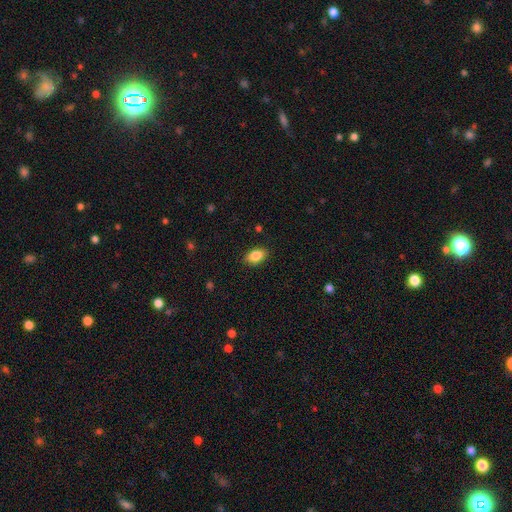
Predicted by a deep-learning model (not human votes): Smooth or featured: smooth — 87% (star or artifact — 8%)
How rounded: in between — 90% (round — 7%)
Merging: none — 87% (minor disturbance — 10%)